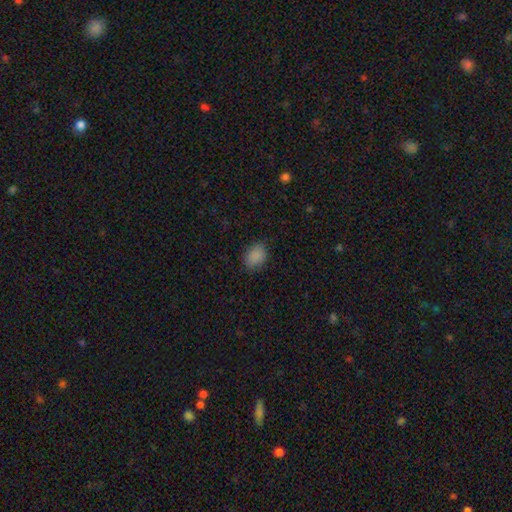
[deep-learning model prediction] Q: Smooth or featured?
A: smooth (88%); runner-up: star or artifact (9%)
Q: How rounded?
A: in between (71%); runner-up: round (28%)
Q: Merging?
A: none (85%); runner-up: minor disturbance (12%)